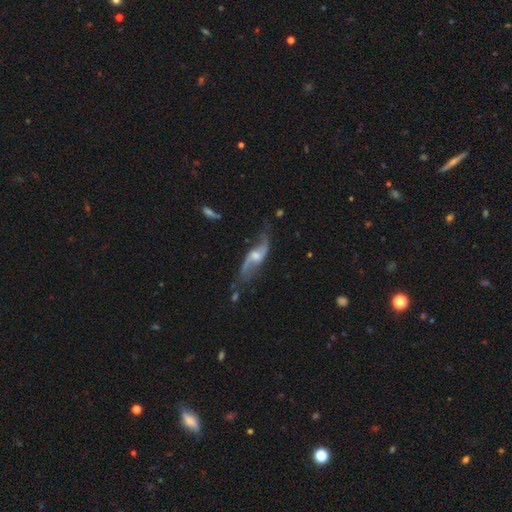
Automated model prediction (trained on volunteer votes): Morphology: type=featured or disk (83%); edge-on=no (87%); bar=no (48%); spiral arms=yes (94%); winding=loose (83%); arm count=2 (91%); bulge=moderate (52%); merging=none (63%).